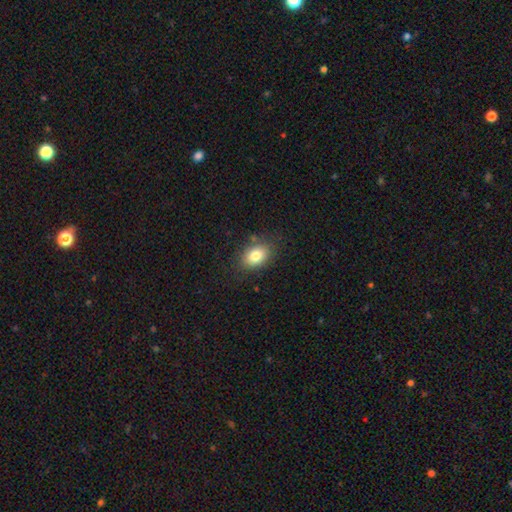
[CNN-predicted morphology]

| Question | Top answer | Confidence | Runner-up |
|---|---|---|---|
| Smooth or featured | smooth | 81% | featured or disk (10%) |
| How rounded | in between | 80% | round (19%) |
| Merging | none | 81% | minor disturbance (13%) |